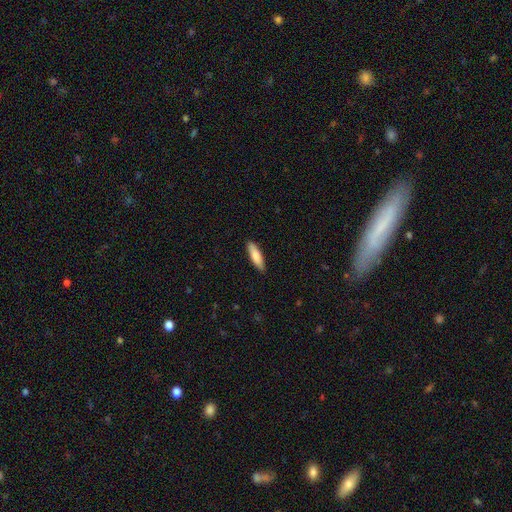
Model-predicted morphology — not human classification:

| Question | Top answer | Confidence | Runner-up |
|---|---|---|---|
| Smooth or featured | smooth | 81% | featured or disk (13%) |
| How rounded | cigar-shaped | 62% | in between (36%) |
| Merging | none | 89% | minor disturbance (8%) |